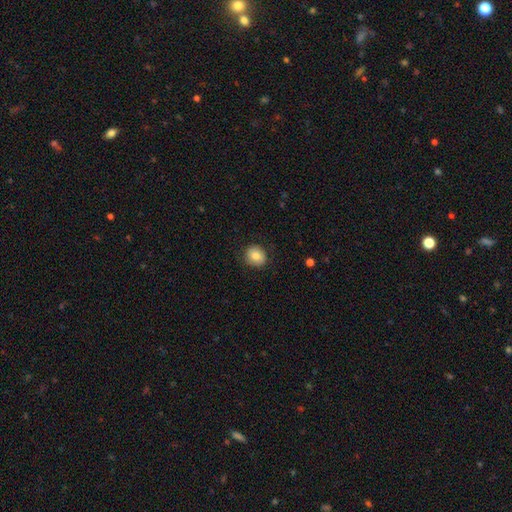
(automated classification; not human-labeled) smooth 82%, featured or disk 9%, star or artifact 8%. Down the decision tree: how rounded — round (78%); merging — none (85%).